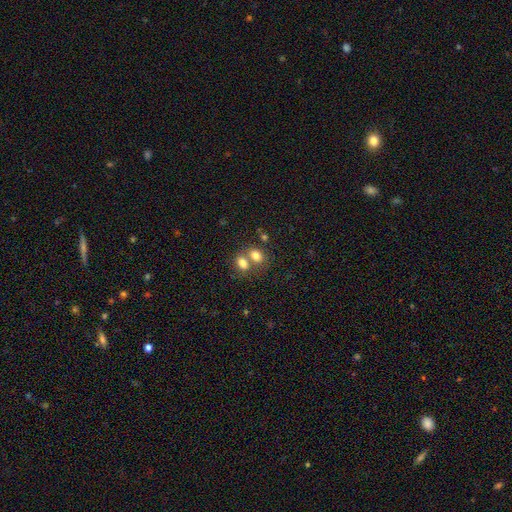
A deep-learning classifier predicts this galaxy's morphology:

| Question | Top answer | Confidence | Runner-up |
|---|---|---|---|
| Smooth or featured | smooth | 78% | featured or disk (11%) |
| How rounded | in between | 60% | round (39%) |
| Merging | merger | 57% | none (33%) |